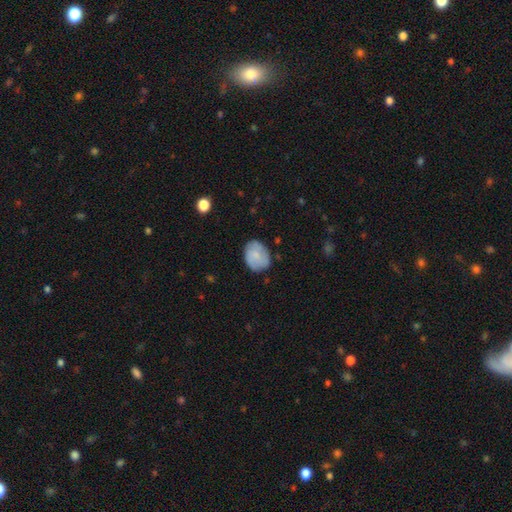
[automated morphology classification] smooth-or-featured: smooth: 75% | featured or disk: 19% | star or artifact: 7%
  how-rounded: in between: 54% | round: 45% | cigar-shaped: 1%
  merging: none: 75% | minor disturbance: 19% | major disturbance: 4% | merger: 1%